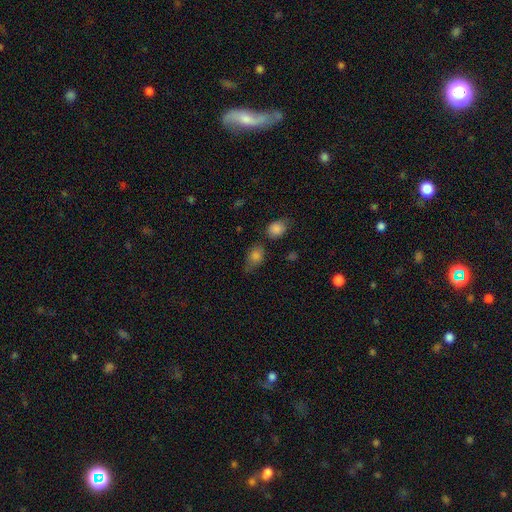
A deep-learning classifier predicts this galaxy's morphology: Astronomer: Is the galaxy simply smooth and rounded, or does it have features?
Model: smooth — 81%.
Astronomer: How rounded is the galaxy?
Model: in between — 77%.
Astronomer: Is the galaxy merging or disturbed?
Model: none — 56%.